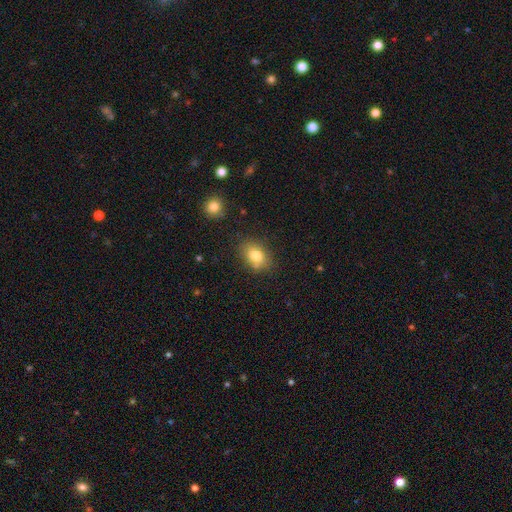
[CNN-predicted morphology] This is clearly a smooth galaxy (80%). How rounded: likely in between (75%). Merging: likely none (76%).